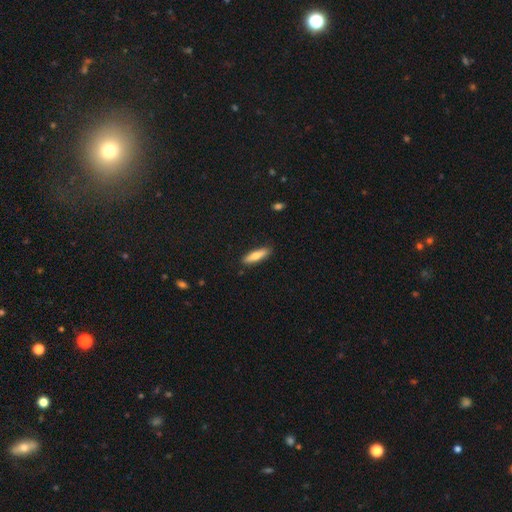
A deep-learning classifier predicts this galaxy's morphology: type=smooth (69%); roundness=cigar-shaped (70%); merging=none (88%).